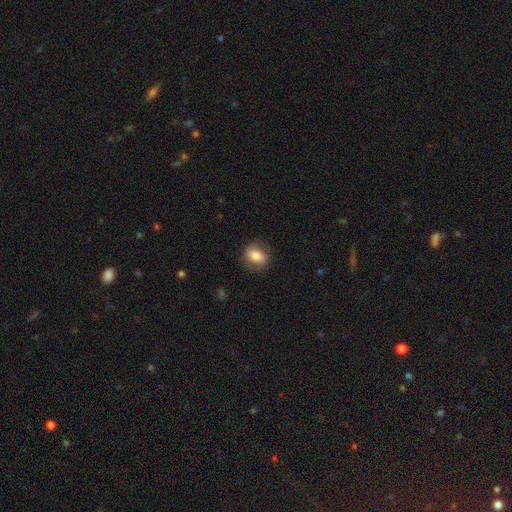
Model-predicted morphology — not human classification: Smooth or featured?
  - smooth: 76% *
  - featured or disk: 16%
  - star or artifact: 8%
How rounded?
  - in between: 67% *
  - round: 31%
  - cigar-shaped: 2%
Merging?
  - none: 77% *
  - minor disturbance: 16%
  - major disturbance: 6%
  - merger: 1%